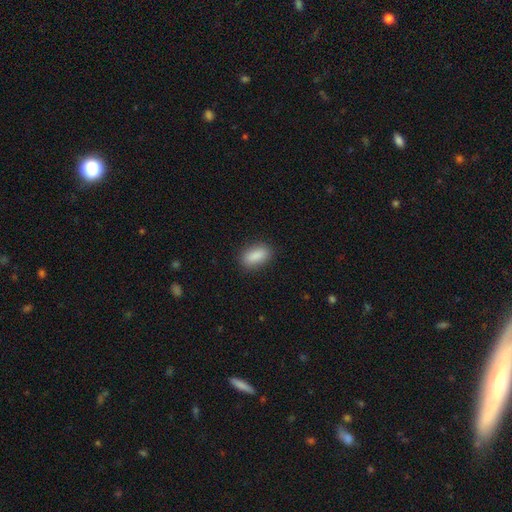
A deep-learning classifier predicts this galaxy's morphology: Smooth or featured?
  - smooth: 89% *
  - star or artifact: 7%
  - featured or disk: 4%
How rounded?
  - in between: 88% *
  - cigar-shaped: 7%
  - round: 5%
Merging?
  - none: 87% *
  - minor disturbance: 10%
  - major disturbance: 3%
  - merger: 1%